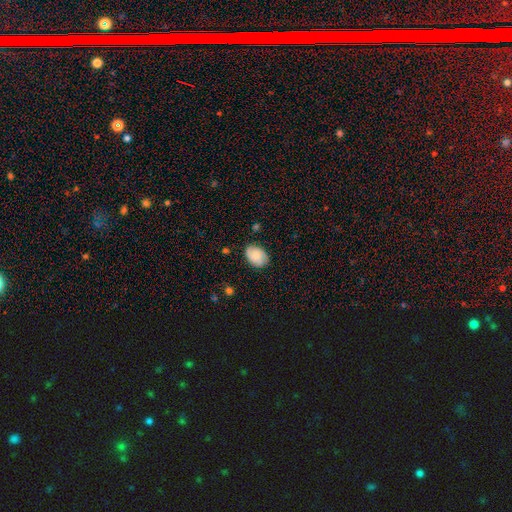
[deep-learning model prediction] Smooth or featured: smooth — 69% (featured or disk — 23%)
How rounded: in between — 78% (round — 20%)
Merging: none — 78% (minor disturbance — 17%)